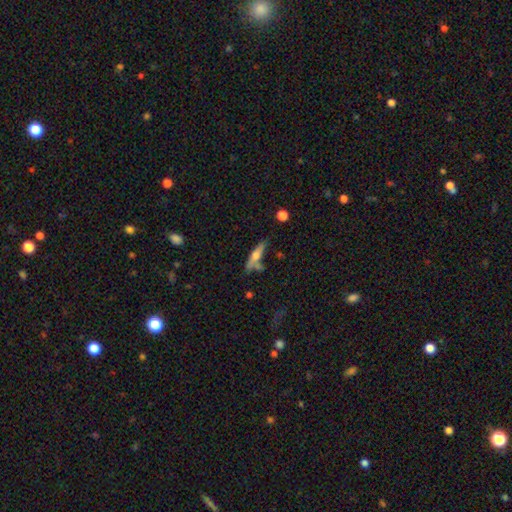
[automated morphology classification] The model was most divided on "smooth or featured": featured or disk: 47%, smooth: 46%, star or artifact: 7%. More confident: merging — none (58%).